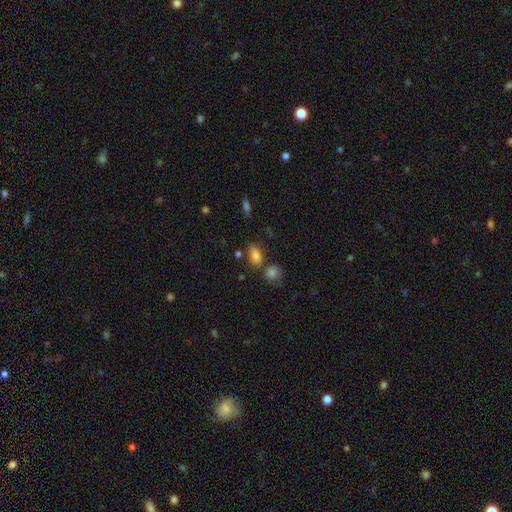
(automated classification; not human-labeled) This is clearly a smooth galaxy (82%). How rounded: clearly in between (81%). Merging: likely none (67%).